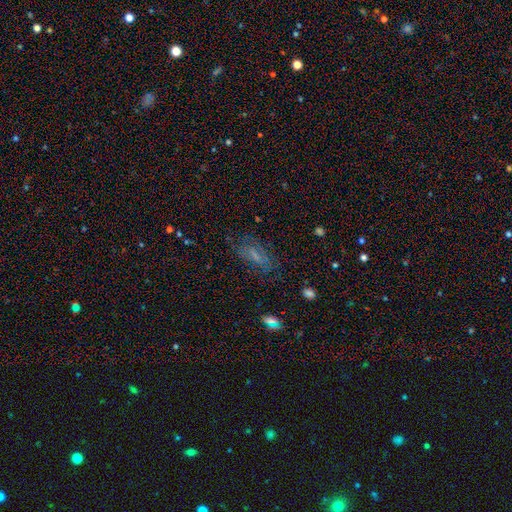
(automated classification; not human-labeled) This appears to be a smooth galaxy with no disk features (42%). Merging: none (69%).